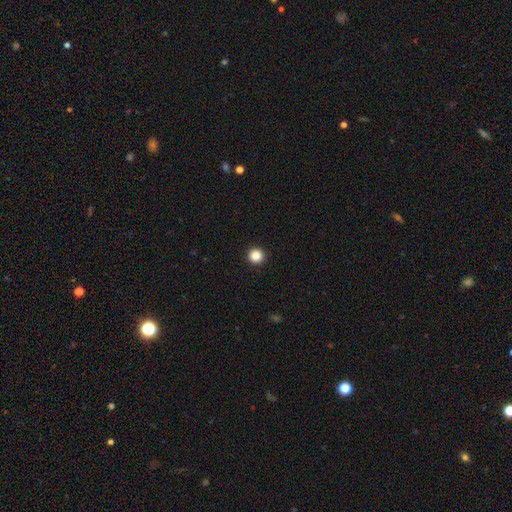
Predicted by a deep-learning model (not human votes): Morphology: type=smooth (86%); roundness=round (96%); merging=none (94%).